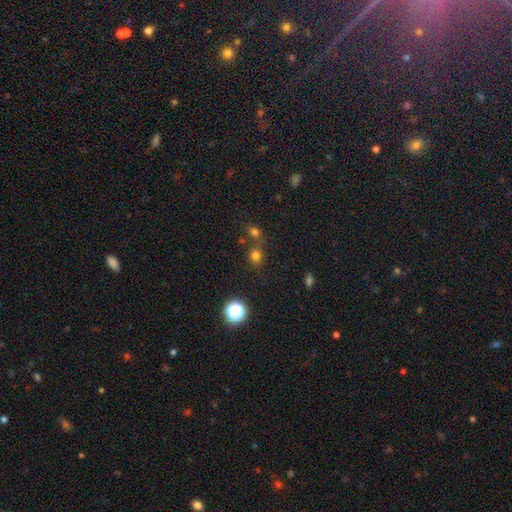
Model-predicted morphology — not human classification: smooth-or-featured: smooth: 71% | star or artifact: 22% | featured or disk: 7%
  how-rounded: round: 84% | in between: 15% | cigar-shaped: 1%
  merging: none: 61% | merger: 26% | minor disturbance: 9% | major disturbance: 4%